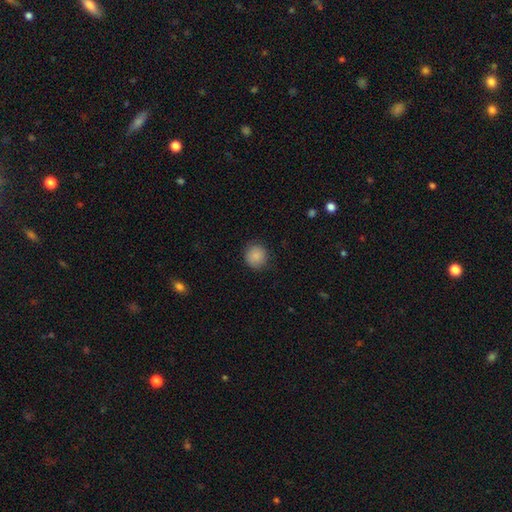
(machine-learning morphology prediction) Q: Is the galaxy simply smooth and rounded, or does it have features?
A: smooth — 87%.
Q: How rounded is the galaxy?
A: round — 91%.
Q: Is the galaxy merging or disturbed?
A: none — 87%.